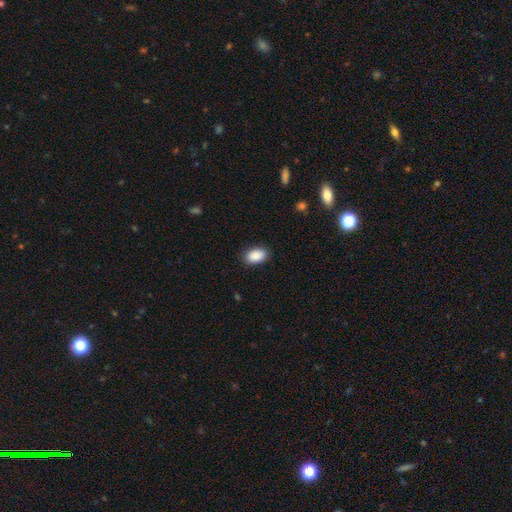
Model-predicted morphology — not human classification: Smooth or featured? smooth (90%)
How rounded? in between (90%)
Merging? none (88%)